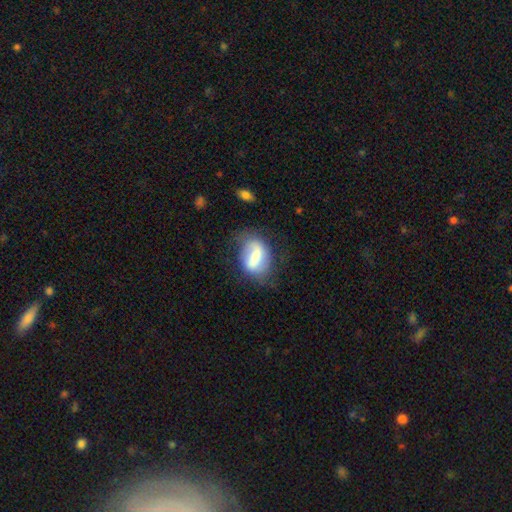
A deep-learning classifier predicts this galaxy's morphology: smooth_or_featured: smooth (p=0.52) [alt: featured or disk p=0.41]
how_rounded: in between (p=0.75) [alt: round p=0.18]
merging: none (p=0.58) [alt: minor disturbance p=0.25]